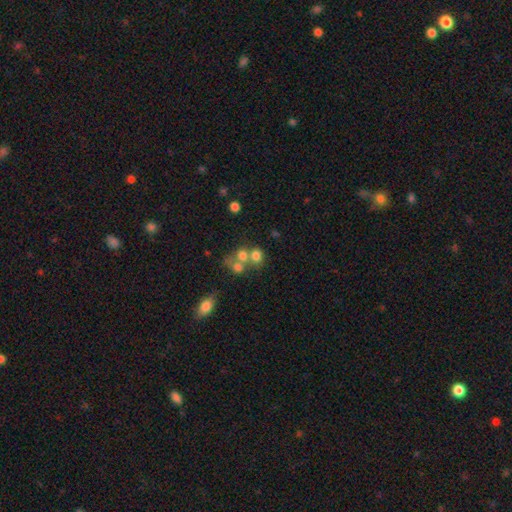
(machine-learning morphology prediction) The model was most divided on "merging": merger: 49%, none: 38%, minor disturbance: 8%, major disturbance: 6%. More confident: how rounded — round (72%); smooth or featured — smooth (70%).